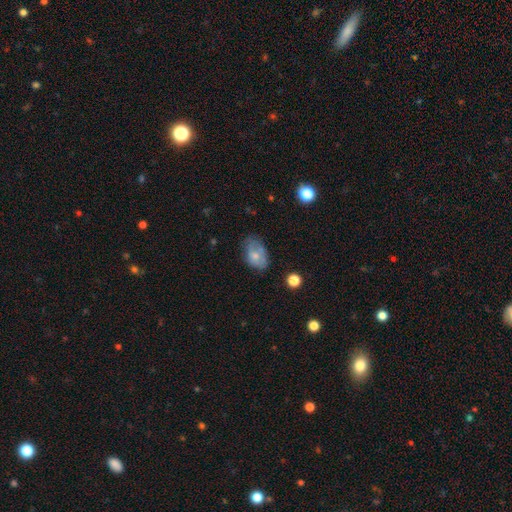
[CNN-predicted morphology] type=smooth (65%); roundness=in between (86%); merging=none (47%).